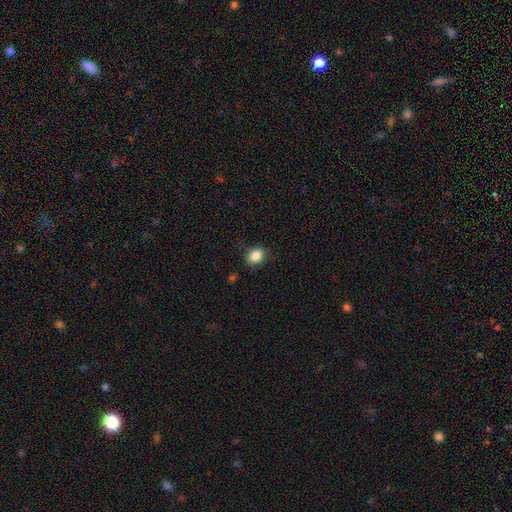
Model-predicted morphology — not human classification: Smooth or featured?
  - smooth: 86% *
  - star or artifact: 10%
  - featured or disk: 5%
How rounded?
  - round: 52% *
  - in between: 47%
  - cigar-shaped: 1%
Merging?
  - none: 81% *
  - minor disturbance: 14%
  - major disturbance: 3%
  - merger: 1%